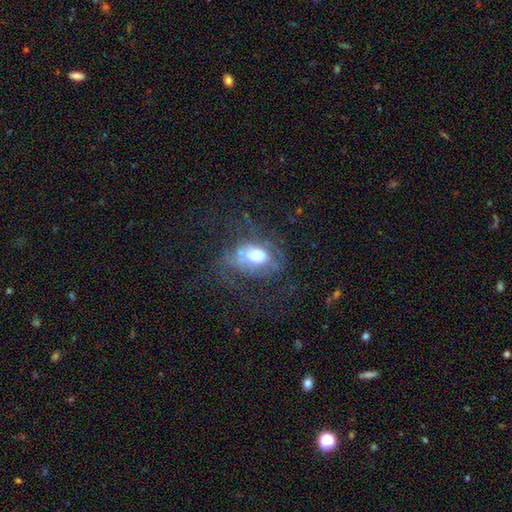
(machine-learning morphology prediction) Smooth or featured?
  - featured or disk: 57% *
  - smooth: 28%
  - star or artifact: 15%
Edge-on disk?
  - no: 94% *
  - yes: 6%
Bar?
  - no: 71% *
  - weak: 22%
  - strong: 8%
Spiral arms?
  - yes: 55% *
  - no: 45%
Bulge size?
  - moderate: 44% *
  - large: 39%
  - small: 8%
  - dominant: 6%
  - none: 3%
Merging?
  - none: 43% *
  - major disturbance: 34%
  - minor disturbance: 20%
  - merger: 3%